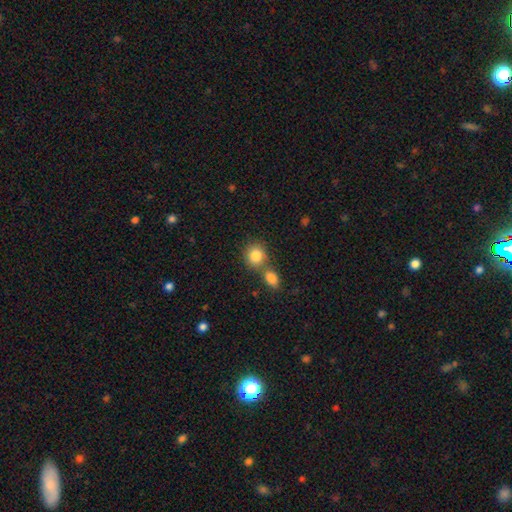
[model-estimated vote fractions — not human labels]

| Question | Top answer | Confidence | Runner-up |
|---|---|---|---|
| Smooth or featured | smooth | 84% | star or artifact (9%) |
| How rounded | round | 80% | in between (19%) |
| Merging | none | 52% | merger (37%) |